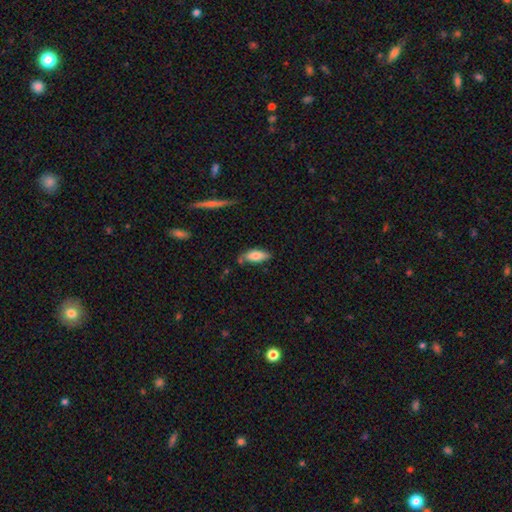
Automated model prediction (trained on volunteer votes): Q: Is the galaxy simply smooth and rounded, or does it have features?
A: smooth — 78%.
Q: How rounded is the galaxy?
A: in between — 79%.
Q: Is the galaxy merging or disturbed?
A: none — 67%.